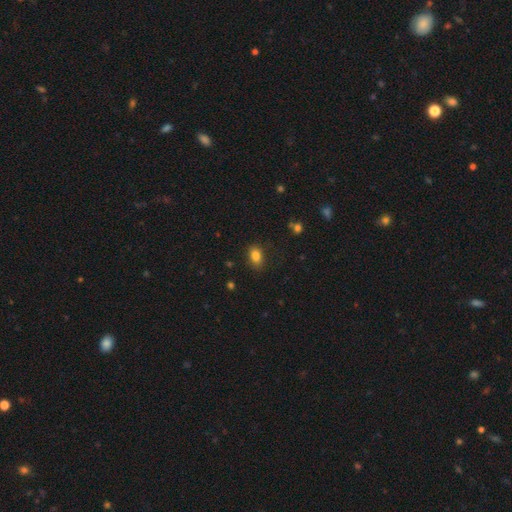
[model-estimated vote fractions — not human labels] Smooth or featured: smooth — 84% (star or artifact — 11%)
How rounded: in between — 81% (round — 17%)
Merging: none — 82% (minor disturbance — 13%)